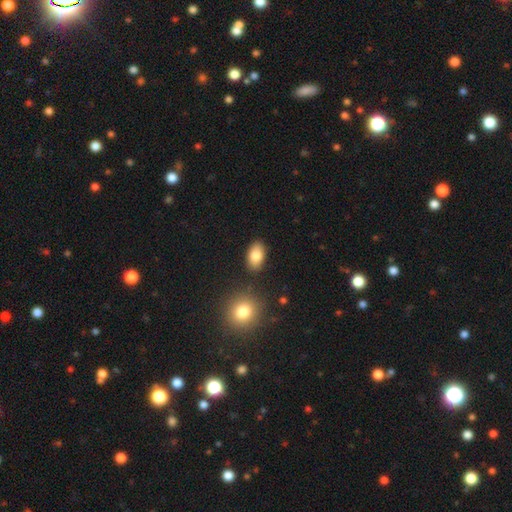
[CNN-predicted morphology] A smooth galaxy with no disk features (83%) that is in between round and cigar-shaped (91%). Merging: none (85%).